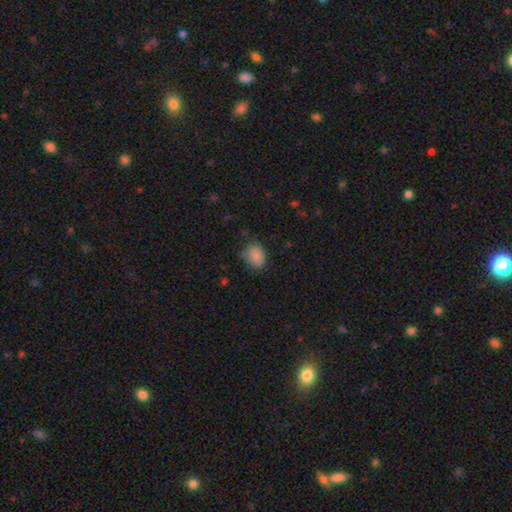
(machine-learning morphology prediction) This appears to be a smooth galaxy with no disk features (86%) that is in between round and cigar-shaped (60%). Merging: none (73%).